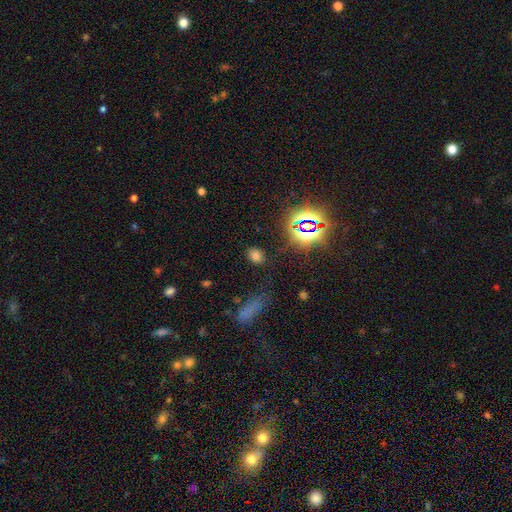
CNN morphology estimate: Smooth or featured?
  - smooth: 67% *
  - star or artifact: 26%
  - featured or disk: 7%
How rounded?
  - in between: 58% *
  - round: 40%
  - cigar-shaped: 2%
Merging?
  - none: 83% *
  - minor disturbance: 11%
  - major disturbance: 4%
  - merger: 2%